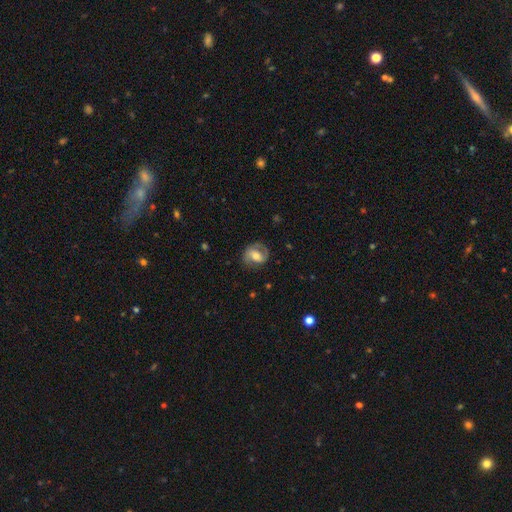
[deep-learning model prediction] Smooth or featured?
  - featured or disk: 67% *
  - smooth: 26%
  - star or artifact: 7%
Edge-on disk?
  - no: 97% *
  - yes: 3%
Bar?
  - weak: 42% *
  - no: 33%
  - strong: 25%
Spiral arms?
  - yes: 84% *
  - no: 16%
Spiral winding?
  - medium: 47% *
  - tight: 33%
  - loose: 20%
Spiral arm count?
  - 2: 80% *
  - 1: 10%
  - can't tell: 8%
  - 3: 1%
  - 4: 1%
  - more than 4: 1%
Bulge size?
  - moderate: 63% *
  - small: 22%
  - large: 11%
  - none: 2%
  - dominant: 1%
Merging?
  - none: 73% *
  - minor disturbance: 17%
  - major disturbance: 9%
  - merger: 1%